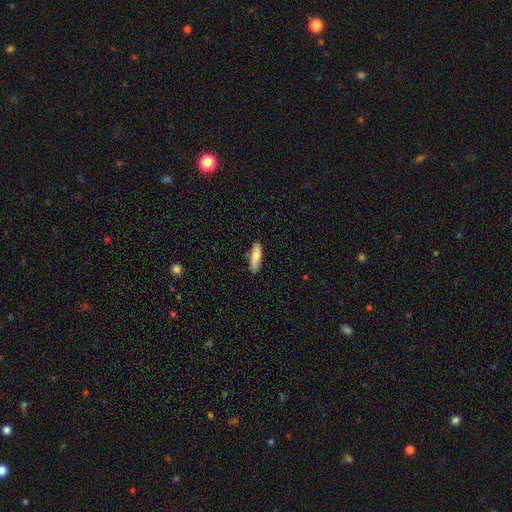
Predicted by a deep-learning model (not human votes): The model was most divided on "how rounded": in between: 51%, cigar-shaped: 46%, round: 2%. More confident: merging — none (85%); smooth or featured — smooth (74%).